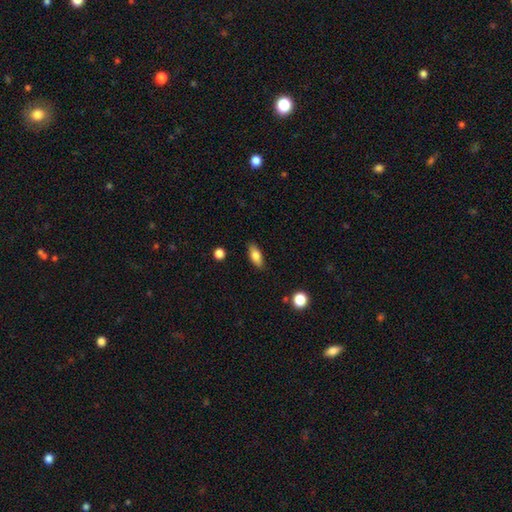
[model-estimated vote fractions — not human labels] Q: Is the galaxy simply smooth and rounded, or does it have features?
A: smooth — 78%.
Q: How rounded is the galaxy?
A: in between — 79%.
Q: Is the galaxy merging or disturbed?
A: none — 85%.